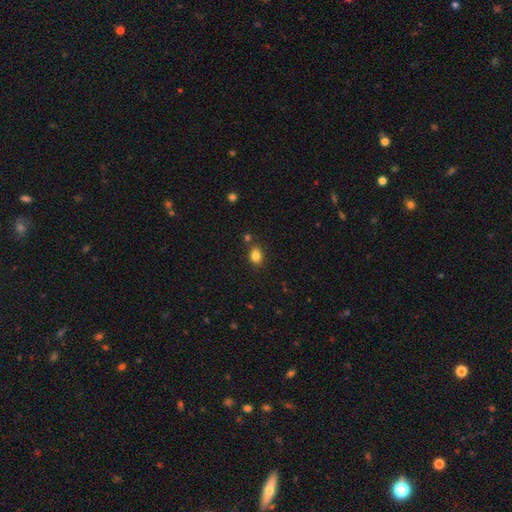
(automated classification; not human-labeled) Q: Smooth or featured?
A: smooth (84%); runner-up: star or artifact (11%)
Q: How rounded?
A: in between (58%); runner-up: round (41%)
Q: Merging?
A: none (80%); runner-up: minor disturbance (11%)